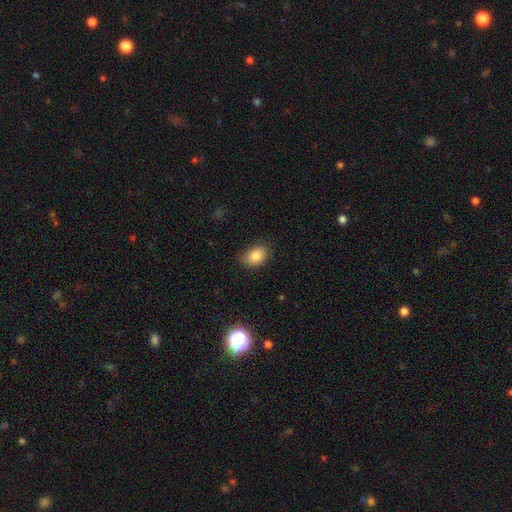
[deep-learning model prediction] Smooth or featured: smooth — 84% (star or artifact — 9%)
How rounded: in between — 76% (round — 22%)
Merging: none — 76% (minor disturbance — 19%)